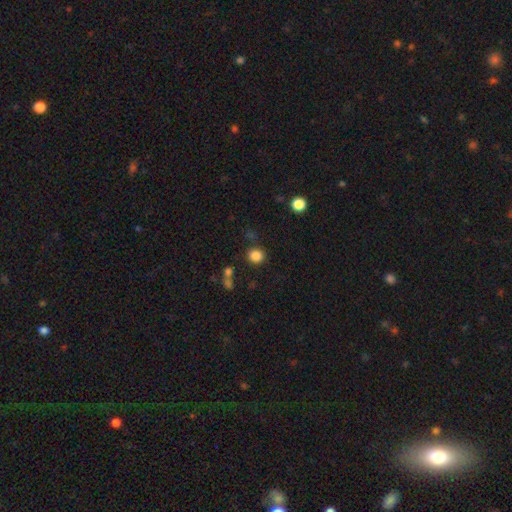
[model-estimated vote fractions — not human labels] Smooth or featured? Predicted: smooth (p=0.84). How rounded? Predicted: round (p=0.79). Merging? Predicted: none (p=0.83).